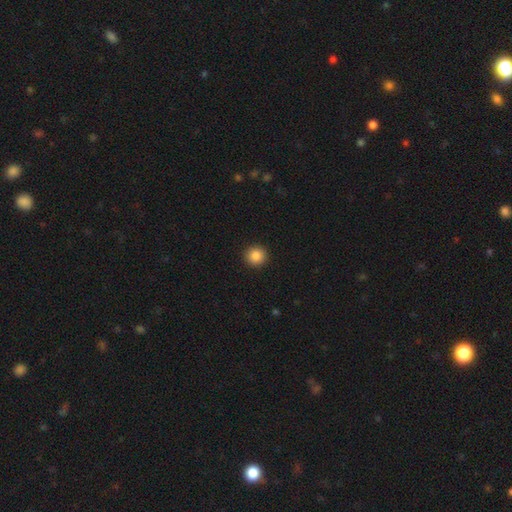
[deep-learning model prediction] A smooth galaxy with no disk features (87%) that is round (94%). Merging: none (93%).